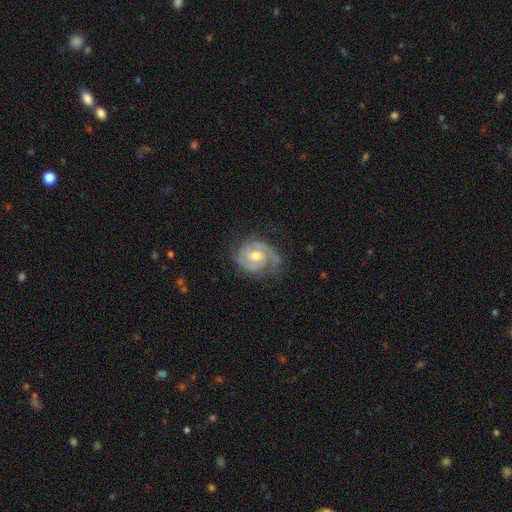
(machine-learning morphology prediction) This is clearly a featured or disk galaxy (84%). It is clearly not viewed edge-on (98%). Bar: likely no (66%). Spiral arm pattern: clearly yes (95%). Spiral arm count: possibly 2 (60%). Spiral winding: possibly tight (58%). Central bulge: likely moderate (71%). Merging: likely none (66%).